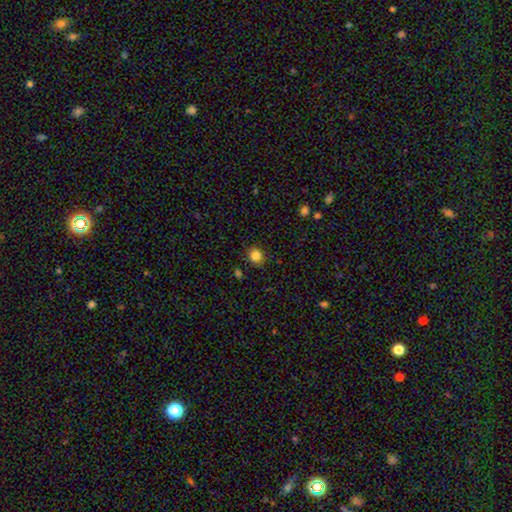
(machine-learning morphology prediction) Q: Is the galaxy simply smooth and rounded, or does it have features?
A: smooth — 84%.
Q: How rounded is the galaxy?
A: round — 79%.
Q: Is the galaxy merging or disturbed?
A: none — 88%.